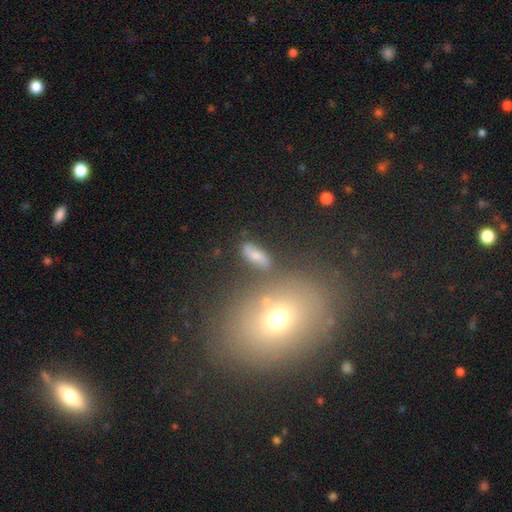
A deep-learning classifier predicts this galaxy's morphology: smooth-or-featured: smooth: 57% | featured or disk: 30% | star or artifact: 13%
  how-rounded: in between: 70% | cigar-shaped: 21% | round: 9%
  merging: none: 67% | minor disturbance: 17% | merger: 8% | major disturbance: 7%